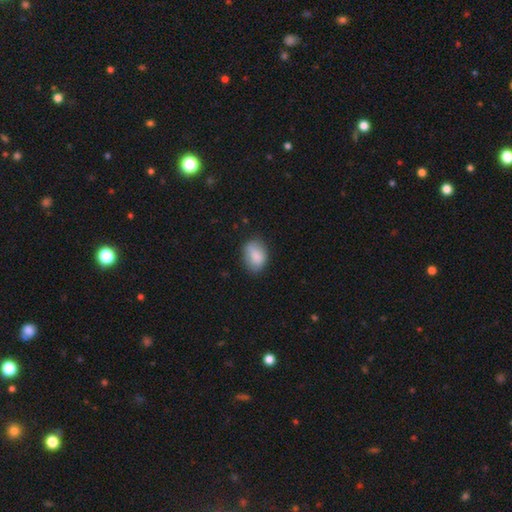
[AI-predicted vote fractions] The model was most divided on "merging": none: 68%, minor disturbance: 25%, major disturbance: 6%, merger: 2%. More confident: smooth or featured — smooth (81%); how rounded — in between (77%).